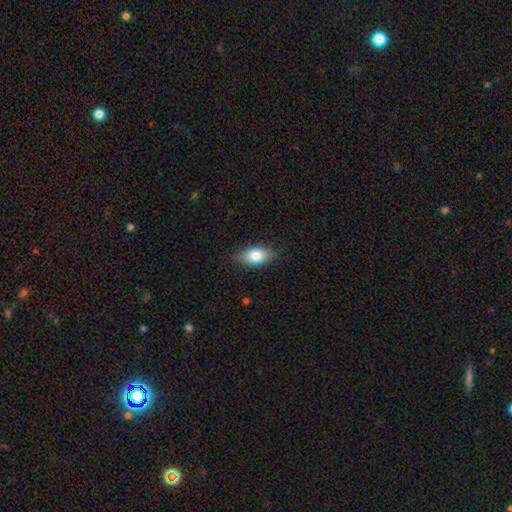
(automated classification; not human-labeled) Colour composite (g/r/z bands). It shows a smooth galaxy with no disk features (80%) that is in between round and cigar-shaped (89%). Merging: none (85%).